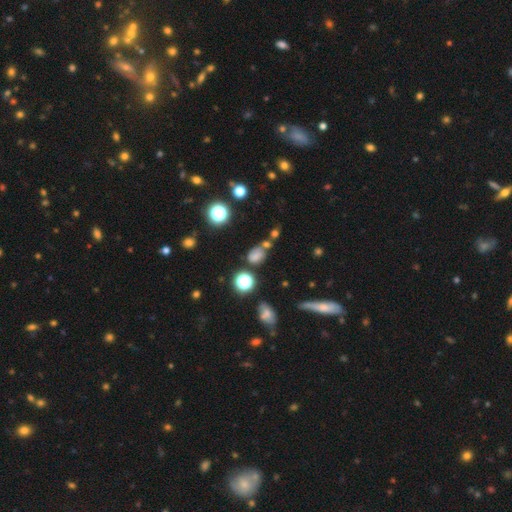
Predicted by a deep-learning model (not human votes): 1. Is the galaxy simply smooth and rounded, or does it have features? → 65% smooth, 24% star or artifact, 11% featured or disk.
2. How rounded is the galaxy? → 62% in between, 36% round, 2% cigar-shaped.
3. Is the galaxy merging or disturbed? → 49% none, 23% merger, 20% minor disturbance, 8% major disturbance.